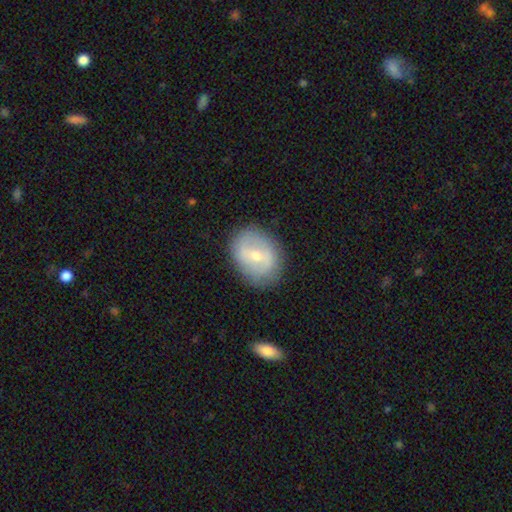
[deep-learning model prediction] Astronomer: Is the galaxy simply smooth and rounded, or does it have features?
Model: featured or disk — 54% (runner-up: smooth, 39%).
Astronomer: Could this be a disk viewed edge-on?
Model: no — 95%.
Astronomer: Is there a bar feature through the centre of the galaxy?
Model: weak — 46% (runner-up: no, 30%).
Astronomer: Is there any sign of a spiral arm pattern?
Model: yes — 52% (runner-up: no, 48%).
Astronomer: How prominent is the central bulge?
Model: moderate — 53% (runner-up: small, 43%).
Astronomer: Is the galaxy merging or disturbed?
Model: none — 81%.